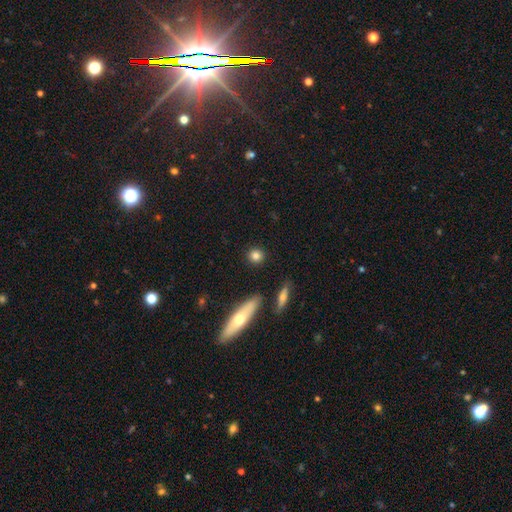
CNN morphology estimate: smooth 83%, star or artifact 9%, featured or disk 8%. Down the decision tree: how rounded — round (87%); merging — none (89%).